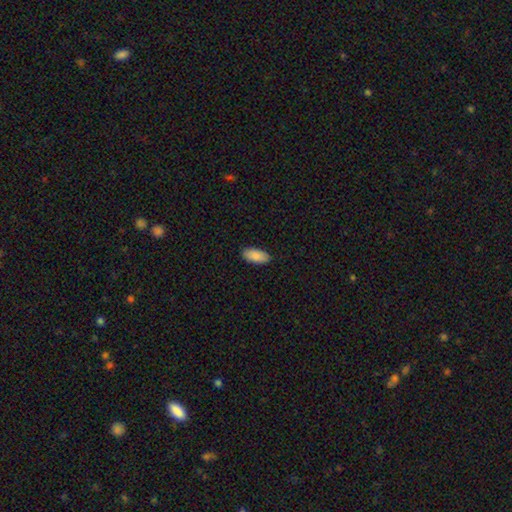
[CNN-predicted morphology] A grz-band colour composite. It shows a smooth galaxy with no disk features (89%) that is in between round and cigar-shaped (92%). Merging: none (89%).